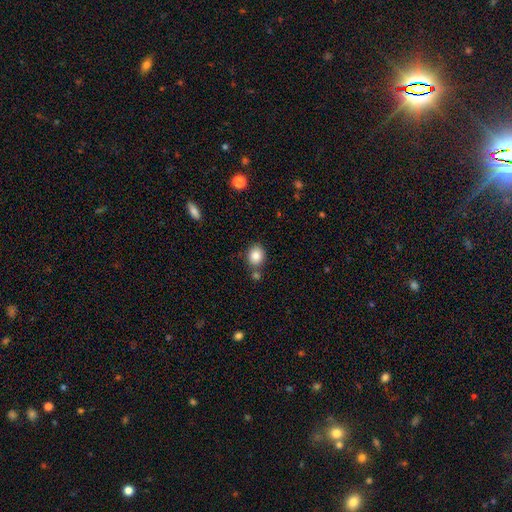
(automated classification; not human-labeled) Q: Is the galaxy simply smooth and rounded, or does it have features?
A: smooth — 84%.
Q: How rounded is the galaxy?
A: round — 62%.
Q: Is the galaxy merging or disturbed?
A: none — 73%.